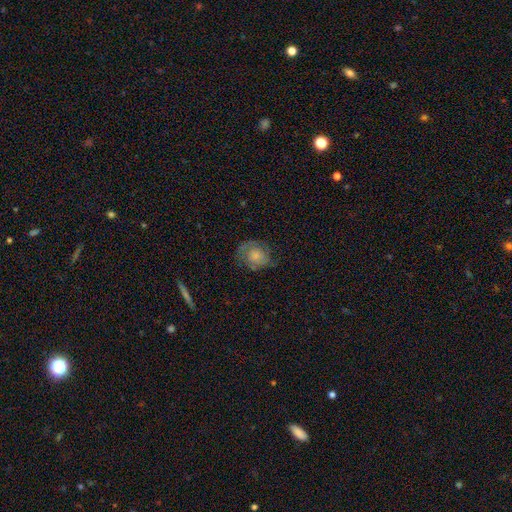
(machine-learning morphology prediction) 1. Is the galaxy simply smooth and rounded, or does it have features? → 46% featured or disk, 45% smooth, 8% star or artifact.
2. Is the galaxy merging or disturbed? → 56% none, 26% minor disturbance, 16% major disturbance, 2% merger.